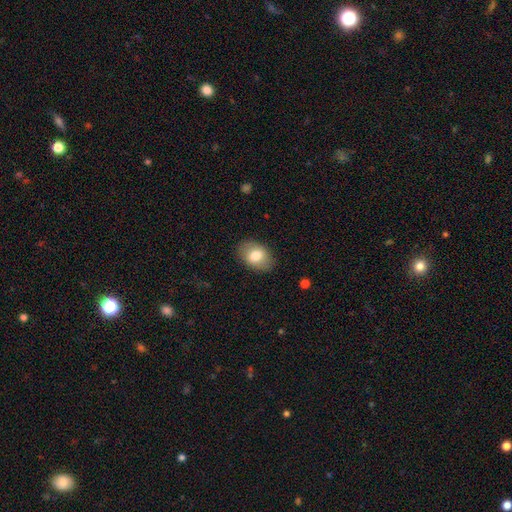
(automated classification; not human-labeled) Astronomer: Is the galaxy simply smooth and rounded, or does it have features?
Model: smooth — 76%.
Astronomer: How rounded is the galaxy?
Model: in between — 83%.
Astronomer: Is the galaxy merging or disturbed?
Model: none — 85%.